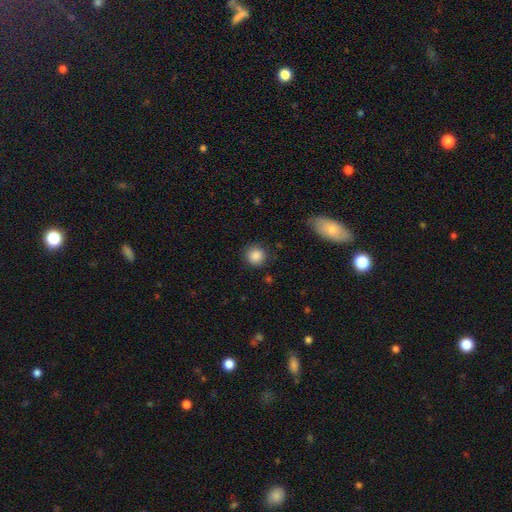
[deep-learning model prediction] smooth 87%, star or artifact 9%, featured or disk 4%. Down the decision tree: how rounded — round (91%); merging — none (86%).